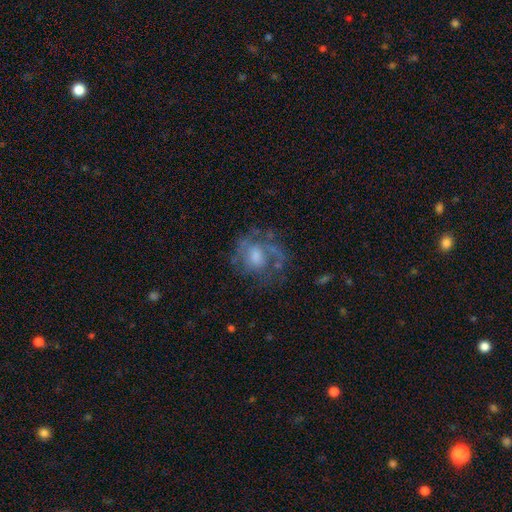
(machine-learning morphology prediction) A featured or disk galaxy (67%) with no bar (65%), spiral arms (73%) and a moderate central bulge (50%).

Vote fractions:
- Smooth or featured? featured or disk: 67% / smooth: 22% / star or artifact: 11%
- Edge-on disk? no: 97% / yes: 3%
- Bar? no: 65% / weak: 30% / strong: 5%
- Spiral arms? yes: 73% / no: 27%
- Bulge size? moderate: 50% / small: 25% / large: 14% / none: 9% / dominant: 2%
- Merging? none: 57% / major disturbance: 22% / minor disturbance: 19% / merger: 3%